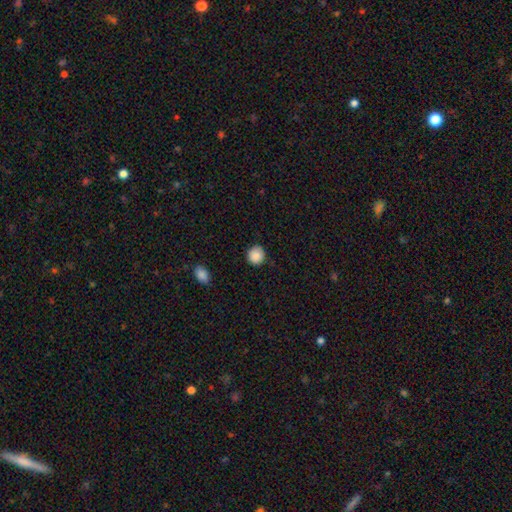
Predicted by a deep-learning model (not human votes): Smooth or featured: smooth — 88% (star or artifact — 9%)
How rounded: round — 91% (in between — 8%)
Merging: none — 88% (minor disturbance — 9%)